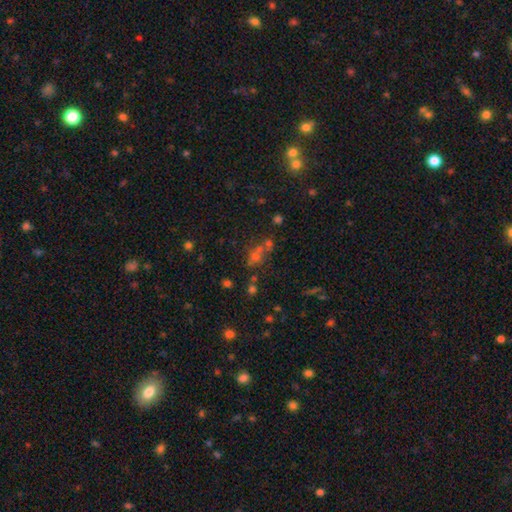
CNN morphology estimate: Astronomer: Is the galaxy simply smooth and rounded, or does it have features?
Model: star or artifact — 43% (runner-up: smooth, 41%).